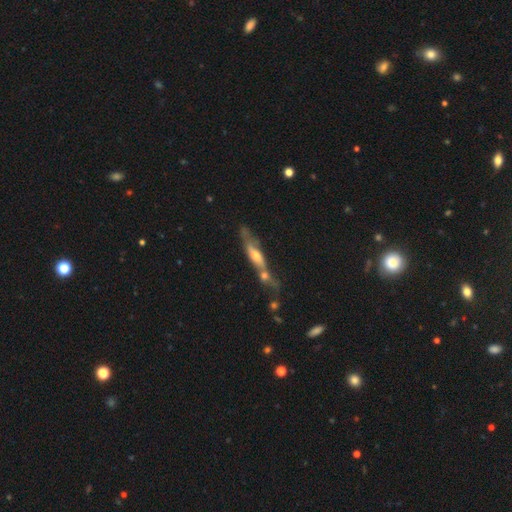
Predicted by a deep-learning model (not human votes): This is likely a featured or disk galaxy (63%). It is likely viewed edge-on (64%). Merging: marginally none (38%).